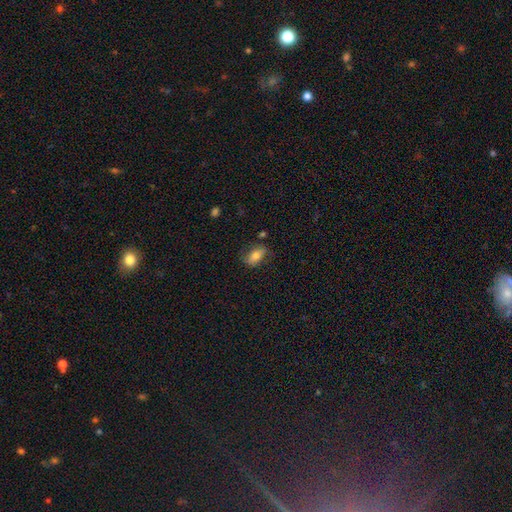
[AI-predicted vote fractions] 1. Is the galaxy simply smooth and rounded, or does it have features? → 70% smooth, 22% featured or disk, 8% star or artifact.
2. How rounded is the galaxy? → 86% in between, 7% cigar-shaped, 7% round.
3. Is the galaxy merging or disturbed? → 72% none, 20% minor disturbance, 6% major disturbance, 2% merger.